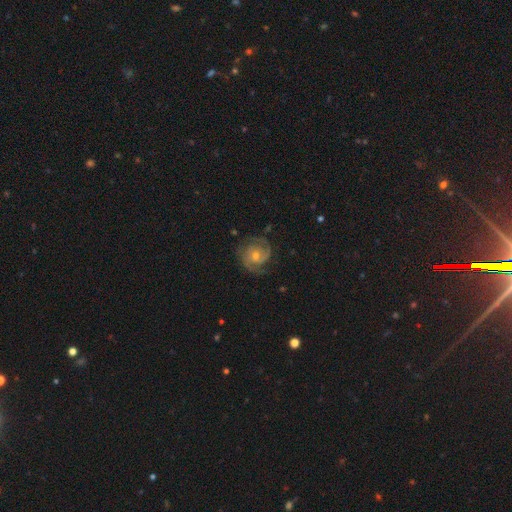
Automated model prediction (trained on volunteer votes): Smooth or featured? Predicted: featured or disk (p=0.88). Edge-on disk? Predicted: no (p=0.98). Bar? Predicted: no (p=0.67). Spiral arms? Predicted: yes (p=0.98). Spiral winding? Predicted: tight (p=0.63). Spiral arm count? Predicted: 2 (p=0.65). Bulge size? Predicted: moderate (p=0.53). Merging? Predicted: none (p=0.80).